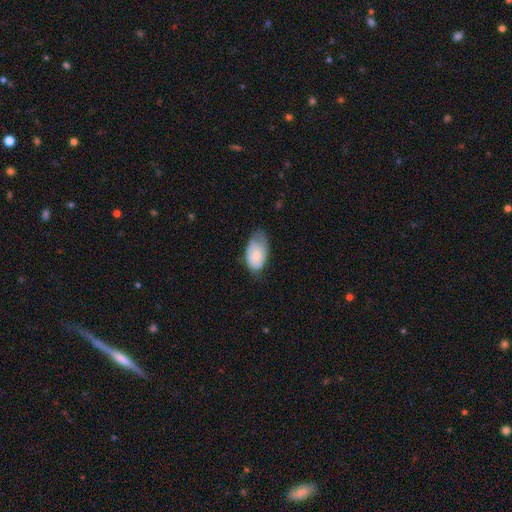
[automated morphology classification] smooth_or_featured: smooth (p=0.75) [alt: featured or disk p=0.19]
how_rounded: in between (p=0.93) [alt: round p=0.06]
merging: minor disturbance (p=0.44) [alt: none p=0.39]